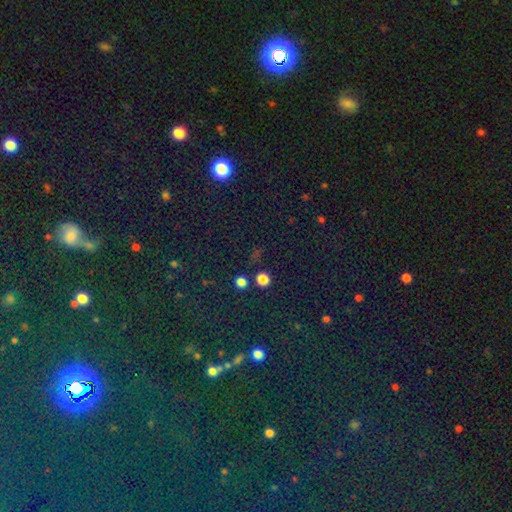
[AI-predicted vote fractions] This appears to be a star or artifact, not a galaxy (79%).